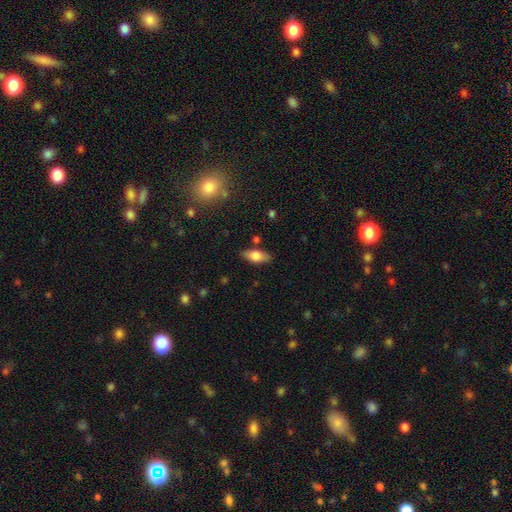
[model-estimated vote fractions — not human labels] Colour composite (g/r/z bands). It shows a smooth galaxy with no disk features (67%) that is in between round and cigar-shaped (78%). Merging: none (83%).